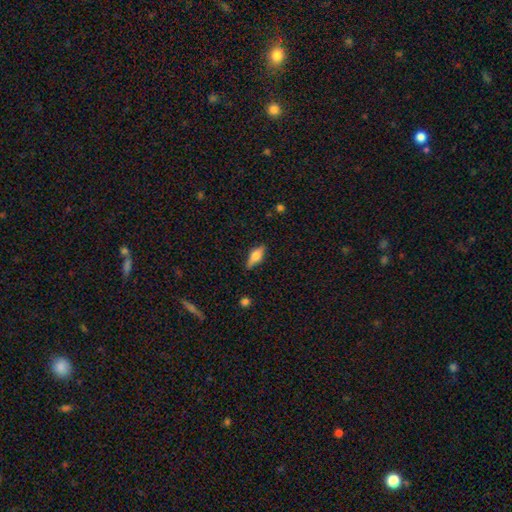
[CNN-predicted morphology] Smooth or featured? Predicted: smooth (p=0.56). How rounded? Predicted: in between (p=0.65). Merging? Predicted: none (p=0.83).